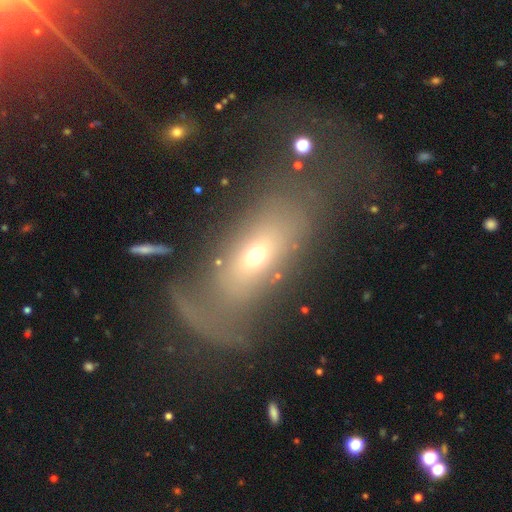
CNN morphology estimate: Smooth or featured? smooth (49%)
Merging? major disturbance (45%)